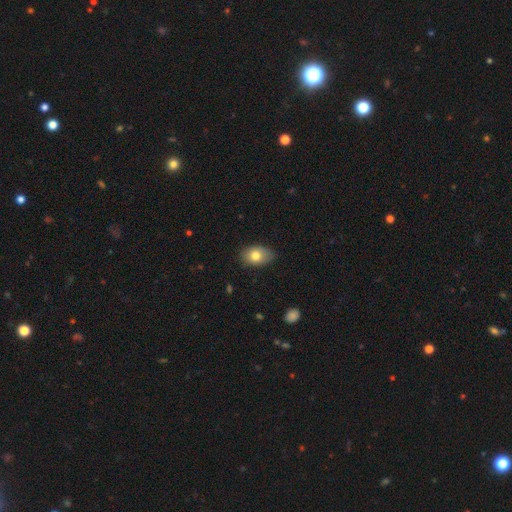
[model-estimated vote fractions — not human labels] Morphology: type=smooth (78%); roundness=in between (84%); merging=none (79%).